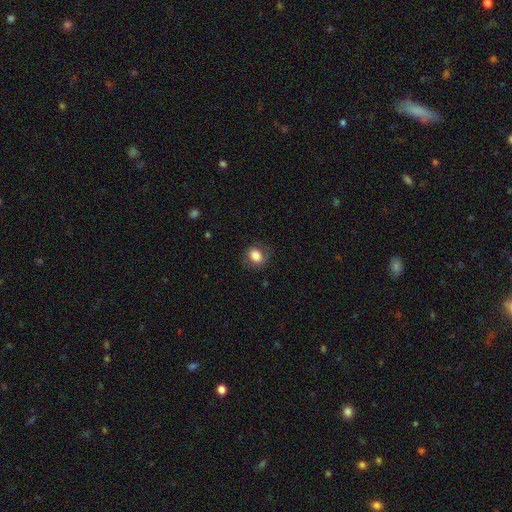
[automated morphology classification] Smooth or featured? smooth (80%)
How rounded? round (54%)
Merging? none (77%)